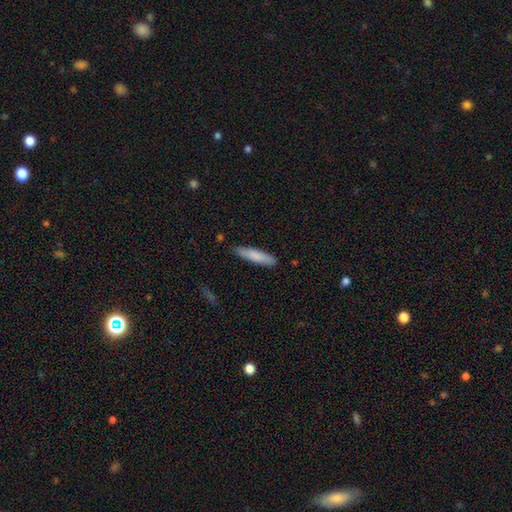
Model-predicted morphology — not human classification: smooth_or_featured: smooth (p=0.80) [alt: featured or disk p=0.15]
how_rounded: cigar-shaped (p=0.82) [alt: in between p=0.16]
merging: none (p=0.84) [alt: minor disturbance p=0.13]